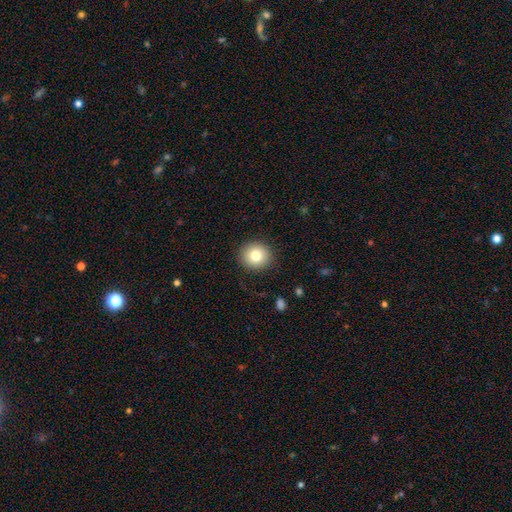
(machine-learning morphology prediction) A smooth galaxy with no disk features (80%) that is round (86%).

Vote fractions:
- Smooth or featured? smooth: 80% / featured or disk: 10% / star or artifact: 10%
- How rounded? round: 86% / in between: 13% / cigar-shaped: 1%
- Merging? none: 90% / minor disturbance: 7% / major disturbance: 2% / merger: 1%